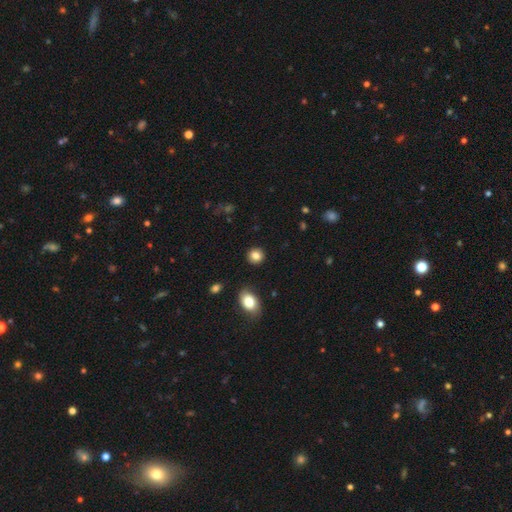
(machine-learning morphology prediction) type=smooth (84%); roundness=round (86%); merging=none (90%).